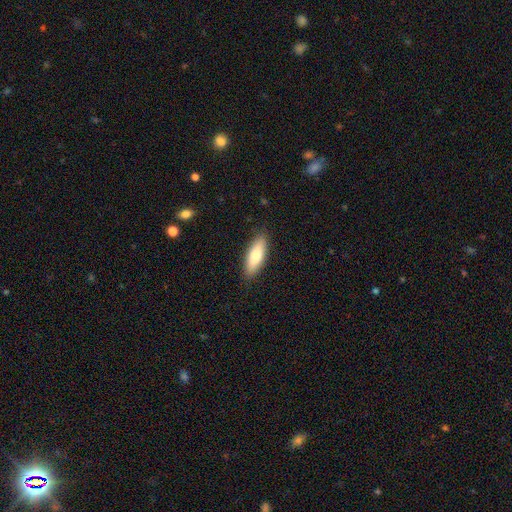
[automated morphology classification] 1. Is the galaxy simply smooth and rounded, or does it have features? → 79% smooth, 15% featured or disk, 6% star or artifact.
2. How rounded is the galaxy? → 58% in between, 40% cigar-shaped, 2% round.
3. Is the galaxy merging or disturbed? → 88% none, 9% minor disturbance, 2% major disturbance, 1% merger.